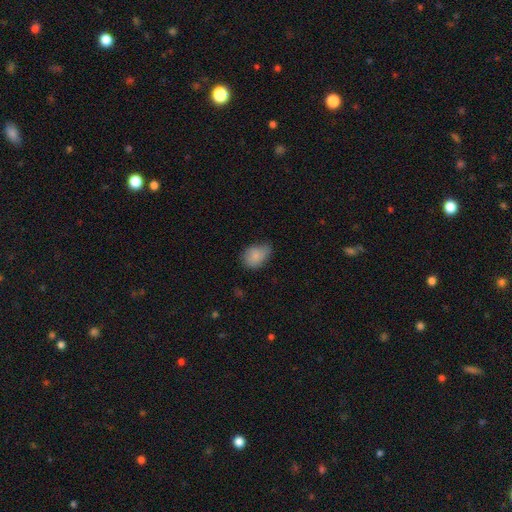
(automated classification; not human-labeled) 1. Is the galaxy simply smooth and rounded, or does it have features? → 84% smooth, 8% featured or disk, 8% star or artifact.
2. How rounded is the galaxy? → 72% in between, 27% round, 1% cigar-shaped.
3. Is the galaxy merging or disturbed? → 48% none, 41% minor disturbance, 9% major disturbance, 2% merger.